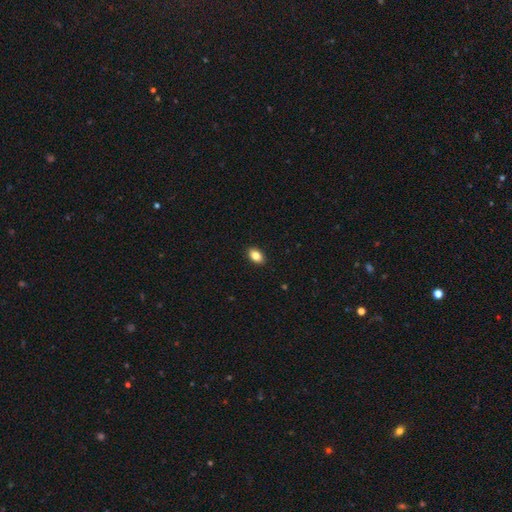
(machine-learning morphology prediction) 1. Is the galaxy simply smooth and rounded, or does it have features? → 85% smooth, 8% star or artifact, 7% featured or disk.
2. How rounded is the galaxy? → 87% in between, 11% round, 2% cigar-shaped.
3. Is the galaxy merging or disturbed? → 91% none, 7% minor disturbance, 2% major disturbance, 1% merger.